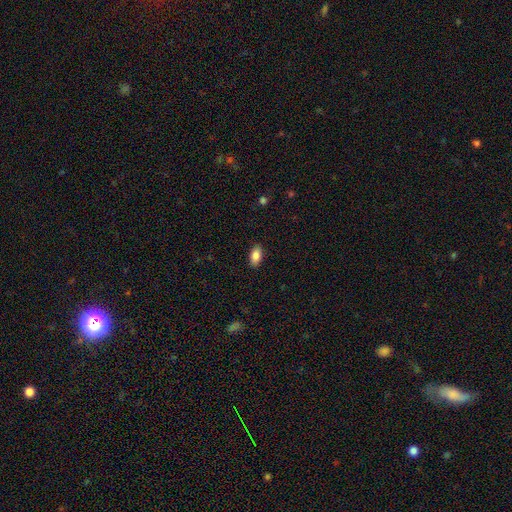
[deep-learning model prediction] Smooth or featured? Predicted: smooth (p=0.84). How rounded? Predicted: in between (p=0.91). Merging? Predicted: none (p=0.89).